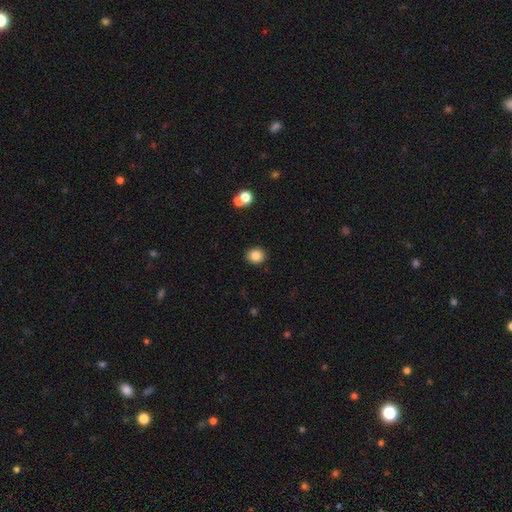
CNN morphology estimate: Smooth or featured: smooth — 84% (star or artifact — 10%)
How rounded: round — 78% (in between — 22%)
Merging: none — 90% (minor disturbance — 6%)